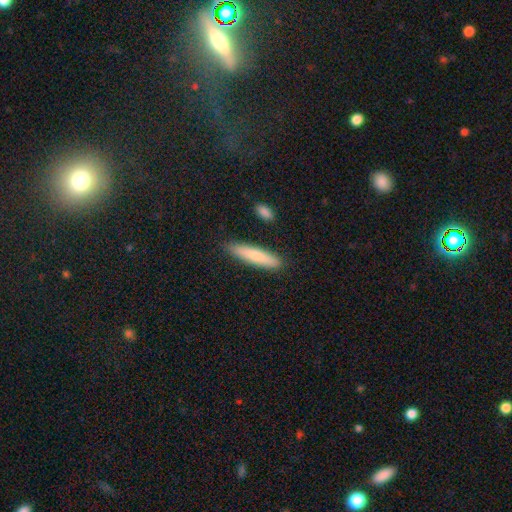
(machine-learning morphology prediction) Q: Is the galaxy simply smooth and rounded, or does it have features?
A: smooth — 74%.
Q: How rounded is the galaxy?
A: cigar-shaped — 85%.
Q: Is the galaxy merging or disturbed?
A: none — 87%.